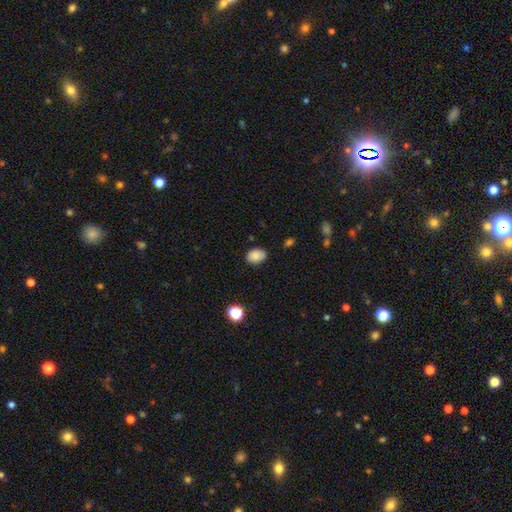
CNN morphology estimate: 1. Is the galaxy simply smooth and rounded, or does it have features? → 86% smooth, 9% star or artifact, 5% featured or disk.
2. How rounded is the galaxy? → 73% in between, 26% round, 1% cigar-shaped.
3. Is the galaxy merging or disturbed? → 82% none, 13% minor disturbance, 3% major disturbance, 1% merger.